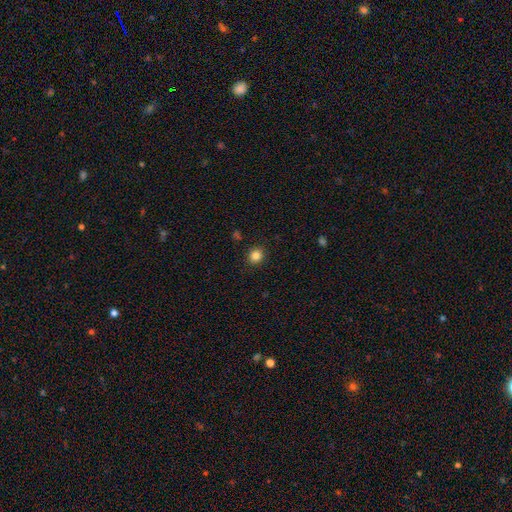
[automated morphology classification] smooth_or_featured: smooth (p=0.84) [alt: star or artifact p=0.12]
how_rounded: round (p=0.86) [alt: in between p=0.13]
merging: none (p=0.91) [alt: minor disturbance p=0.06]